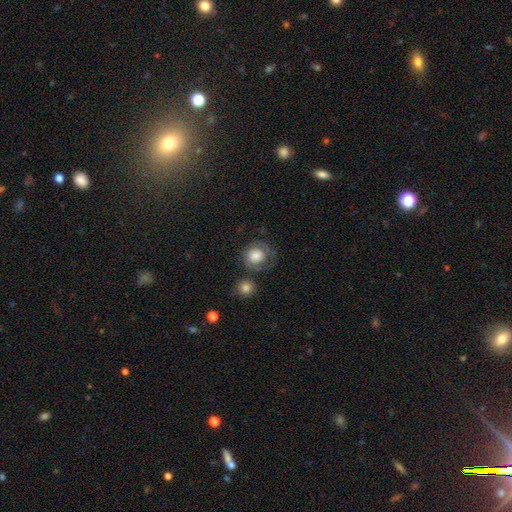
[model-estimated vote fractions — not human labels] smooth-or-featured: smooth: 70% | featured or disk: 22% | star or artifact: 8%
  how-rounded: round: 80% | in between: 19% | cigar-shaped: 1%
  merging: none: 54% | minor disturbance: 21% | major disturbance: 15% | merger: 10%